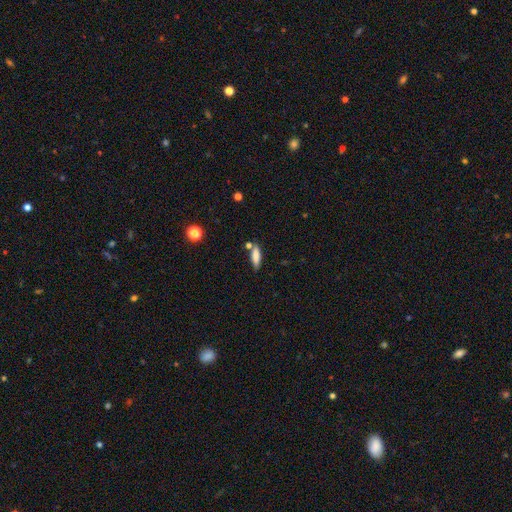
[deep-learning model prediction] This appears to be a smooth galaxy with no disk features (80%) that is cigar-shaped (57%). Merging: none (67%).